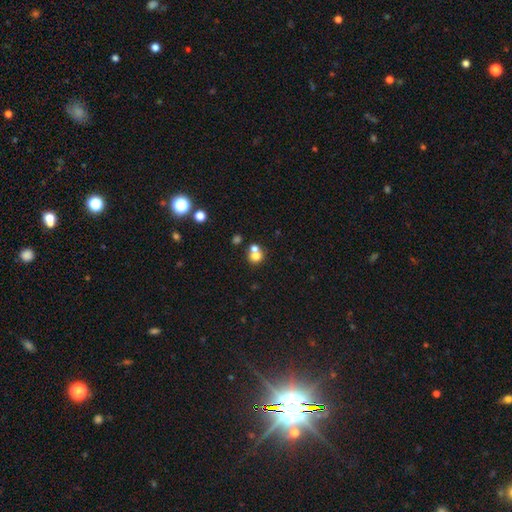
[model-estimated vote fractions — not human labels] Smooth or featured?
  - smooth: 72% *
  - featured or disk: 15%
  - star or artifact: 13%
How rounded?
  - round: 79% *
  - in between: 20%
  - cigar-shaped: 1%
Merging?
  - merger: 53% *
  - none: 38%
  - minor disturbance: 6%
  - major disturbance: 3%